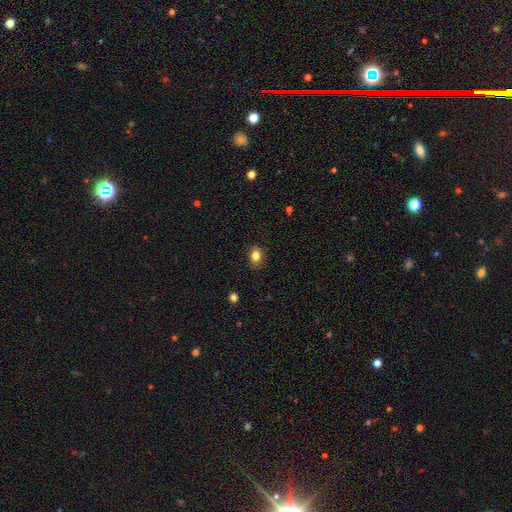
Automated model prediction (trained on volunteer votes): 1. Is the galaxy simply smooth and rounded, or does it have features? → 83% smooth, 10% star or artifact, 7% featured or disk.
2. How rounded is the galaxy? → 65% in between, 34% round, 1% cigar-shaped.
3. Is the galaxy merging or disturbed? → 84% none, 12% minor disturbance, 3% major disturbance, 1% merger.